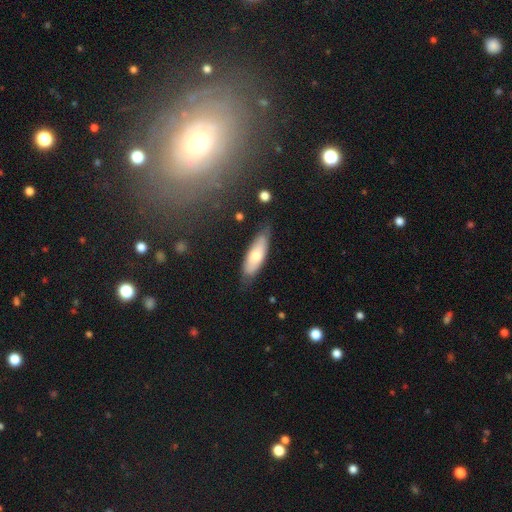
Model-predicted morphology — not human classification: smooth_or_featured: smooth (p=0.66) [alt: featured or disk p=0.29]
how_rounded: in between (p=0.61) [alt: cigar-shaped p=0.37]
merging: none (p=0.73) [alt: minor disturbance p=0.21]